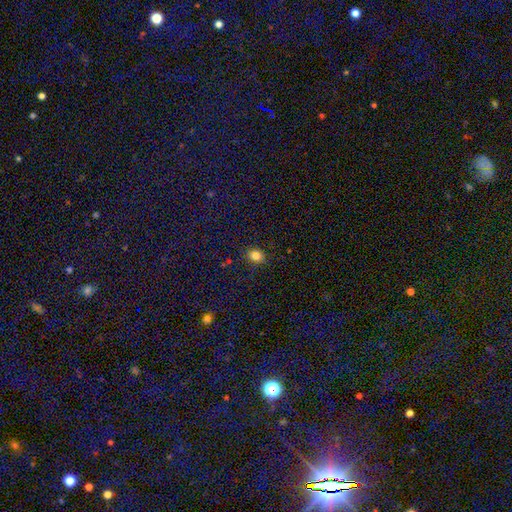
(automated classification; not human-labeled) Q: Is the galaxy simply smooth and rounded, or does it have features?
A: smooth — 83%.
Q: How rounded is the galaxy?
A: round — 63%.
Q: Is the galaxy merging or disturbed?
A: none — 87%.